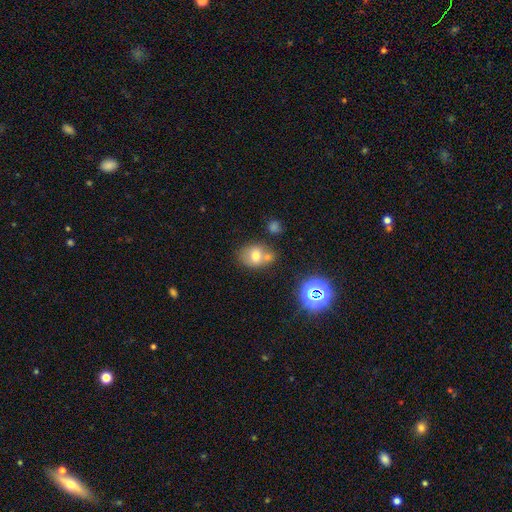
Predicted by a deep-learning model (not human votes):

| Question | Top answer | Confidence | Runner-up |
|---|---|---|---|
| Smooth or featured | smooth | 67% | featured or disk (19%) |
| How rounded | round | 52% | in between (47%) |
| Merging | none | 48% | merger (34%) |